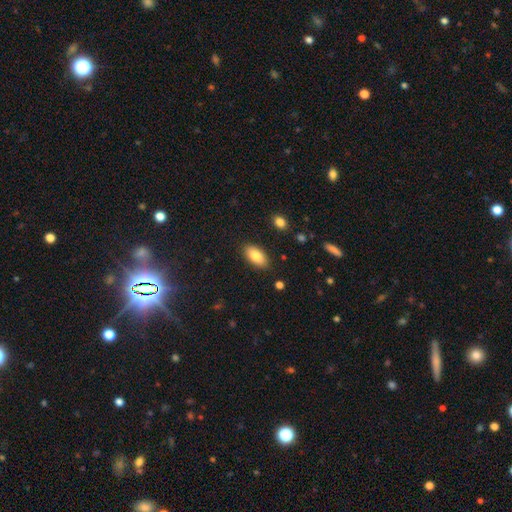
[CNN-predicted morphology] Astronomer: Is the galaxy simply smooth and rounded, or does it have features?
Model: smooth — 83%.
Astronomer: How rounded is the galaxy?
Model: in between — 92%.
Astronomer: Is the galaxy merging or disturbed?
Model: none — 86%.